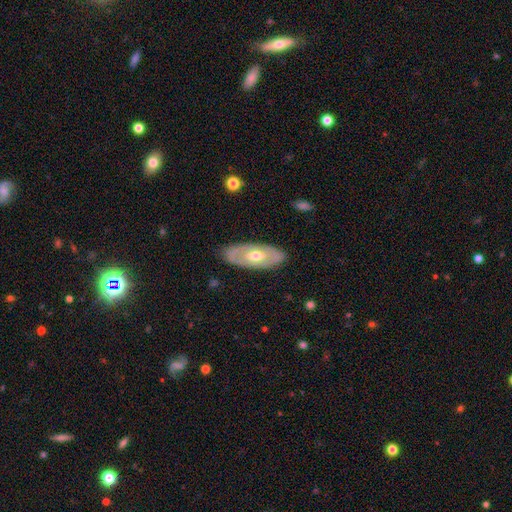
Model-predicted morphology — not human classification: Smooth or featured? featured or disk (65%)
Edge-on disk? no (84%)
Bar? no (66%)
Spiral arms? no (69%)
Bulge size? moderate (72%)
Merging? none (85%)